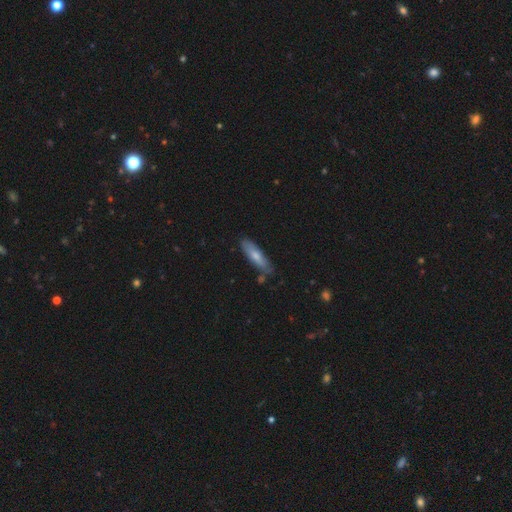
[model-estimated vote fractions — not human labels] A smooth galaxy with no disk features (69%) that is cigar-shaped (65%). Merging: none (76%).